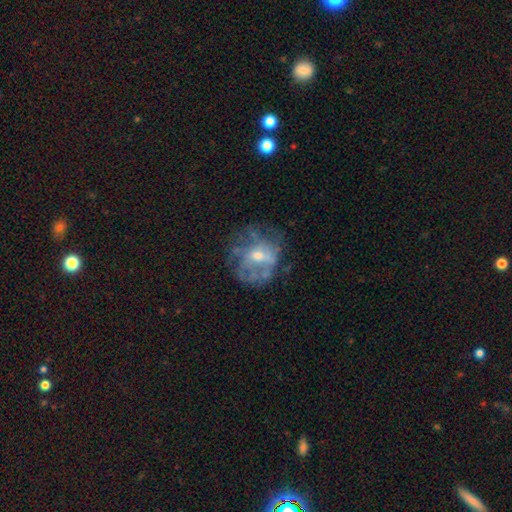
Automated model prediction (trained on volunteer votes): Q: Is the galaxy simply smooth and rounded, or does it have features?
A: featured or disk — 67%.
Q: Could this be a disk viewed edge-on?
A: no — 97%.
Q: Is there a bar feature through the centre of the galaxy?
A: no — 62%.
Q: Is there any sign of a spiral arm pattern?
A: no — 55%.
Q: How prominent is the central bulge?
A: moderate — 48%.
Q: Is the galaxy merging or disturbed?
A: none — 56%.